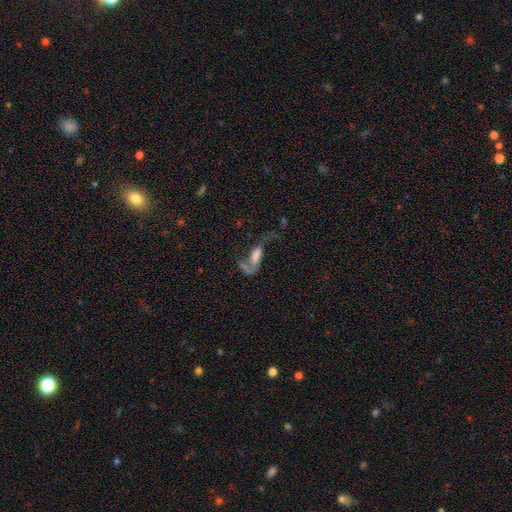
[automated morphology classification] smooth_or_featured: featured or disk (p=0.54) [alt: smooth p=0.32]
disk_edge_on: no (p=0.88) [alt: yes p=0.12]
merging: major disturbance (p=0.42) [alt: none p=0.27]